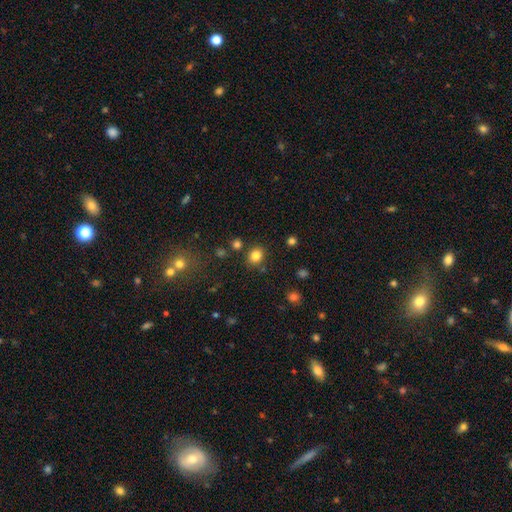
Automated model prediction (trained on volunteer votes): smooth-or-featured: smooth: 82% | star or artifact: 12% | featured or disk: 5%
  how-rounded: round: 70% | in between: 29% | cigar-shaped: 1%
  merging: none: 83% | minor disturbance: 9% | merger: 4% | major disturbance: 3%